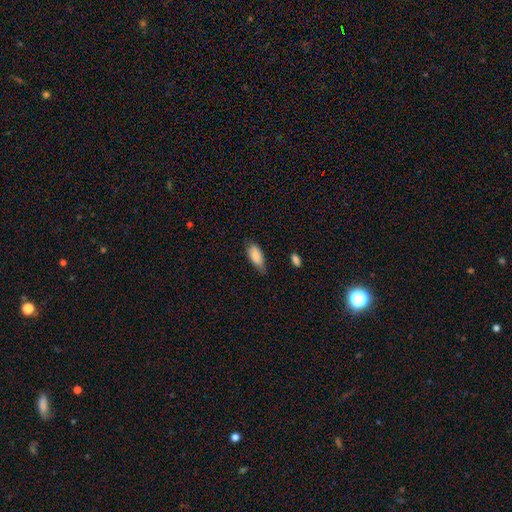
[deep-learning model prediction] A smooth galaxy with no disk features (86%) that is in between round and cigar-shaped (84%).

Vote fractions:
- Smooth or featured? smooth: 86% / featured or disk: 7% / star or artifact: 6%
- How rounded? in between: 84% / cigar-shaped: 14% / round: 2%
- Merging? none: 57% / minor disturbance: 34% / major disturbance: 6% / merger: 2%